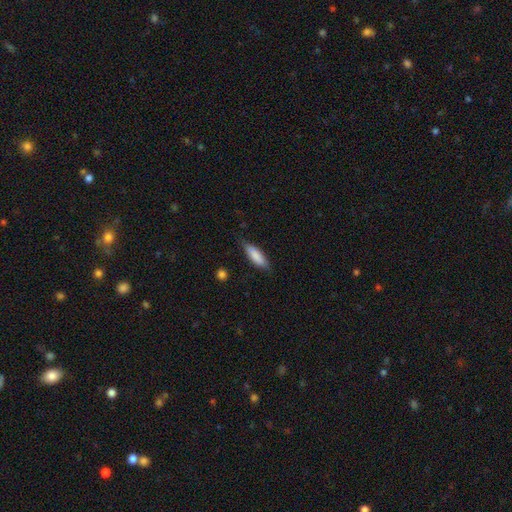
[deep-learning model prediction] This is clearly a smooth galaxy (82%). How rounded: possibly cigar-shaped (52%). Merging: likely none (79%).